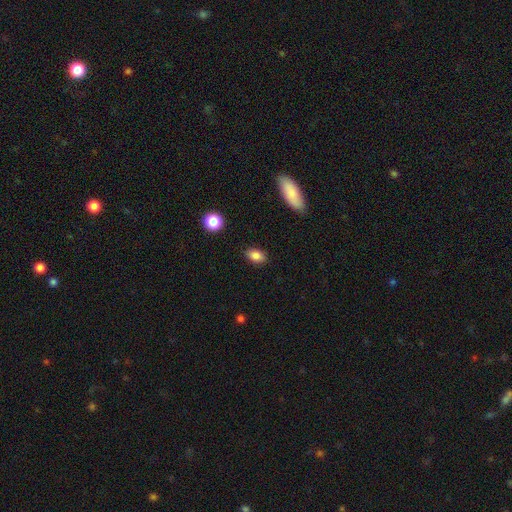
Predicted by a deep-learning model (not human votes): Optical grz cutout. It shows a smooth galaxy with no disk features (85%) that is in between round and cigar-shaped (85%). Merging: none (87%).